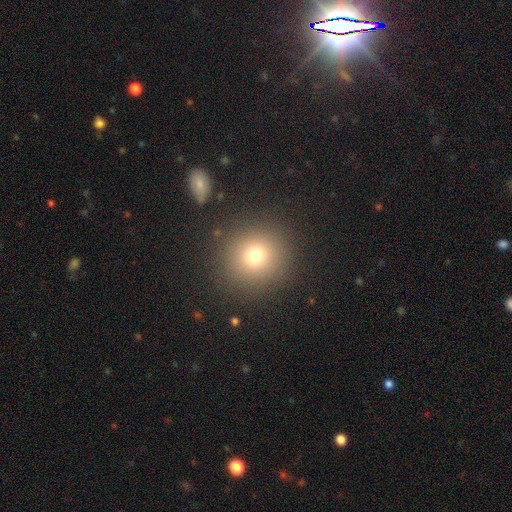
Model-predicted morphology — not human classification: Smooth or featured?
  - smooth: 74% *
  - star or artifact: 16%
  - featured or disk: 10%
How rounded?
  - round: 92% *
  - in between: 7%
  - cigar-shaped: 1%
Merging?
  - none: 87% *
  - minor disturbance: 7%
  - major disturbance: 4%
  - merger: 2%